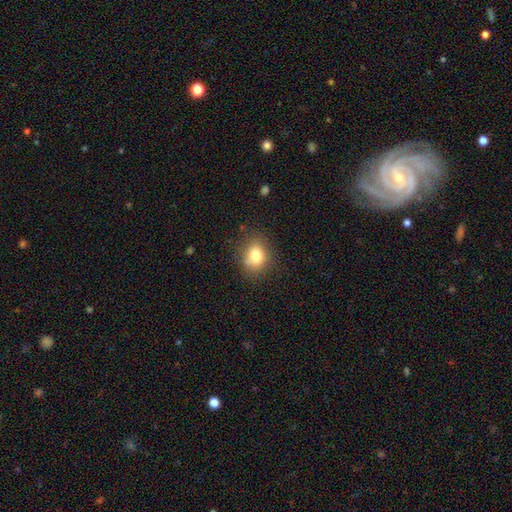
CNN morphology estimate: Smooth or featured?
  - smooth: 79% *
  - star or artifact: 11%
  - featured or disk: 10%
How rounded?
  - round: 53% *
  - in between: 45%
  - cigar-shaped: 1%
Merging?
  - none: 77% *
  - minor disturbance: 16%
  - major disturbance: 4%
  - merger: 3%